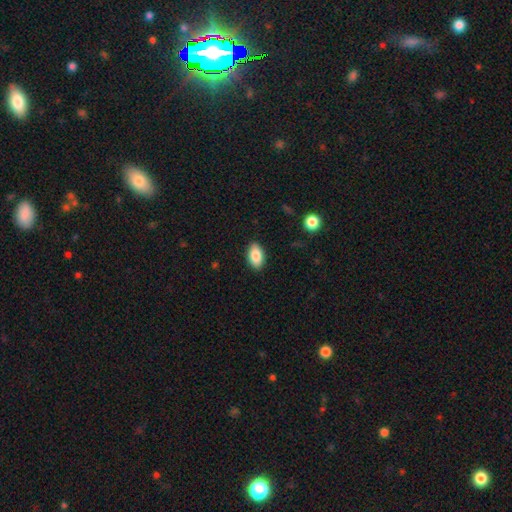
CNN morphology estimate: A smooth galaxy with no disk features (86%) that is in between round and cigar-shaped (93%). Merging: none (88%).